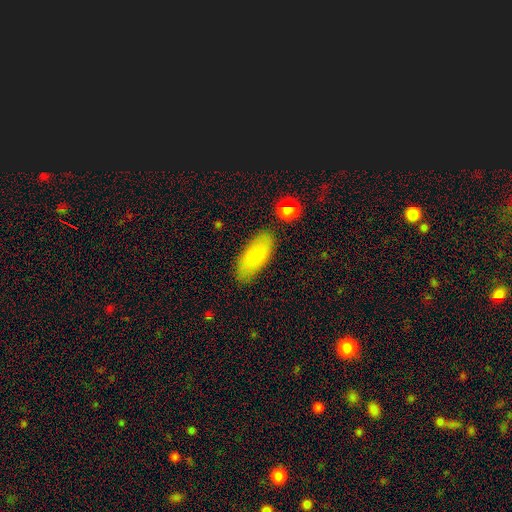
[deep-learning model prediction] The model was most divided on "smooth or featured": smooth: 77%, featured or disk: 16%, star or artifact: 7%. More confident: how rounded — in between (85%); merging — none (79%).